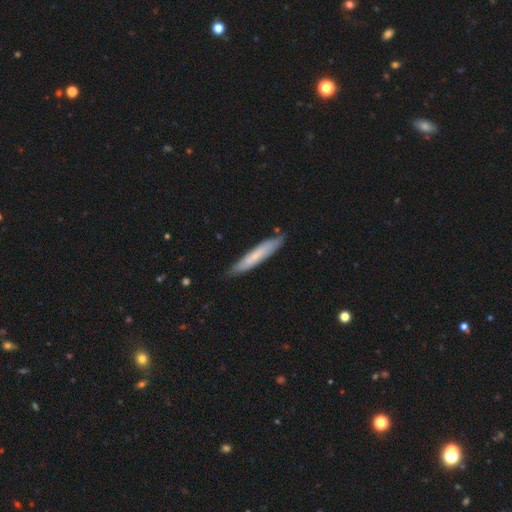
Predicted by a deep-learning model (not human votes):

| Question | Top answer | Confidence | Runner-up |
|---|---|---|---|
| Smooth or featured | smooth | 65% | featured or disk (29%) |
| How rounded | cigar-shaped | 90% | in between (9%) |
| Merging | none | 83% | minor disturbance (13%) |